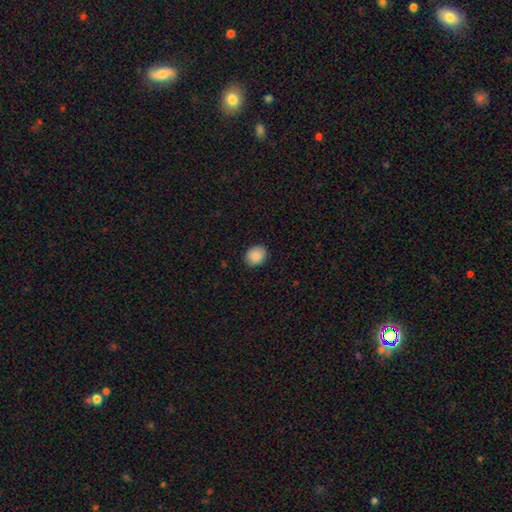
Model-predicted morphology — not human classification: Smooth or featured: smooth — 89% (star or artifact — 8%)
How rounded: round — 57% (in between — 42%)
Merging: none — 88% (minor disturbance — 9%)